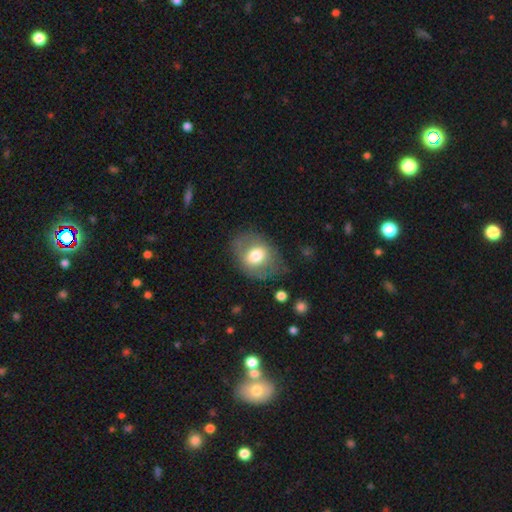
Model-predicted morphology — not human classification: Smooth or featured? smooth (63%)
How rounded? in between (58%)
Merging? none (64%)